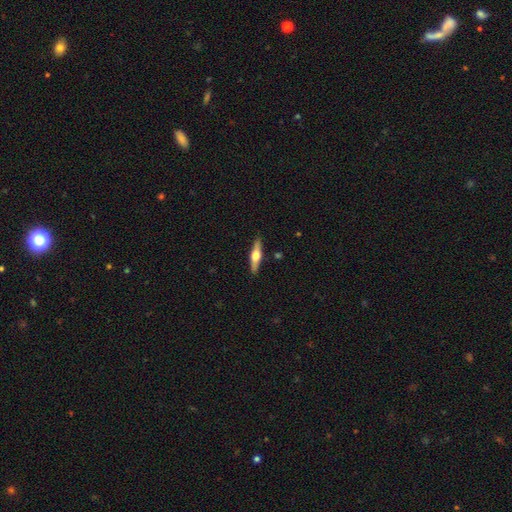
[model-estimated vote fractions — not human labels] This appears to be a featured or disk galaxy (62%) viewed edge-on (95%) with a rounded central bulge (94%). Merging: none (90%).